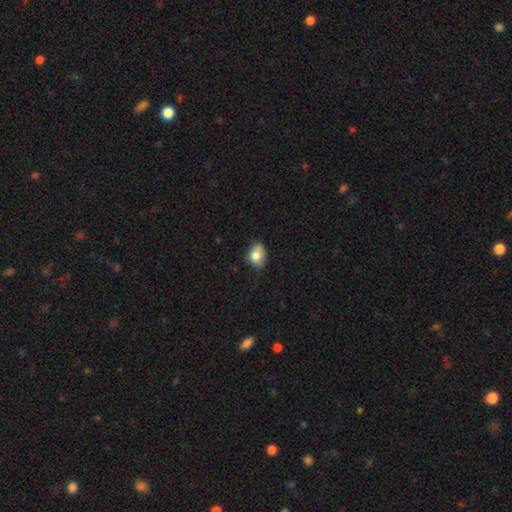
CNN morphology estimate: The model was most divided on "merging": none: 57%, minor disturbance: 34%, major disturbance: 6%, merger: 2%. More confident: smooth or featured — smooth (80%); how rounded — in between (68%).